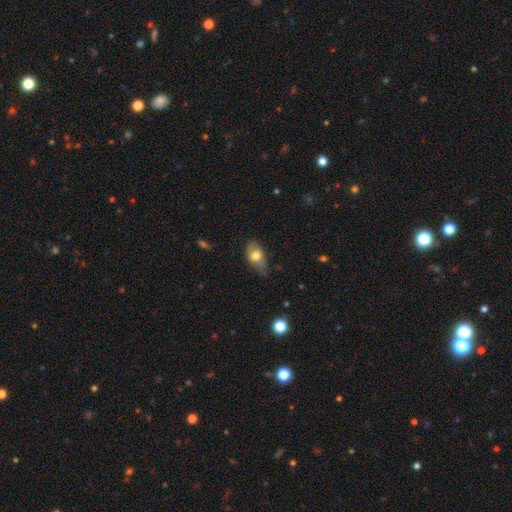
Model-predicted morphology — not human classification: smooth-or-featured: smooth: 71% | featured or disk: 21% | star or artifact: 8%
  how-rounded: in between: 85% | round: 11% | cigar-shaped: 4%
  merging: none: 49% | minor disturbance: 38% | major disturbance: 11% | merger: 2%